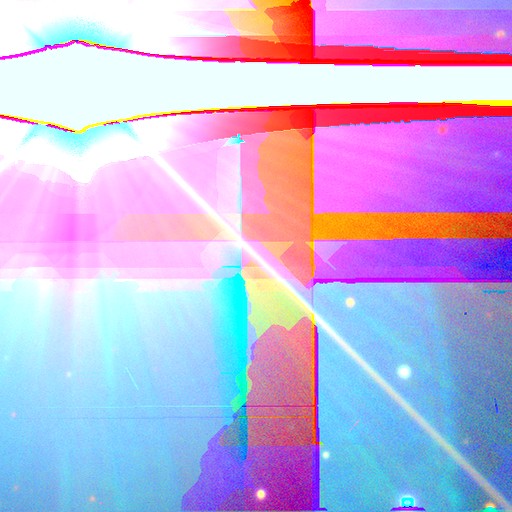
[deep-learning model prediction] Smooth or featured?
  - star or artifact: 82% *
  - featured or disk: 11%
  - smooth: 6%